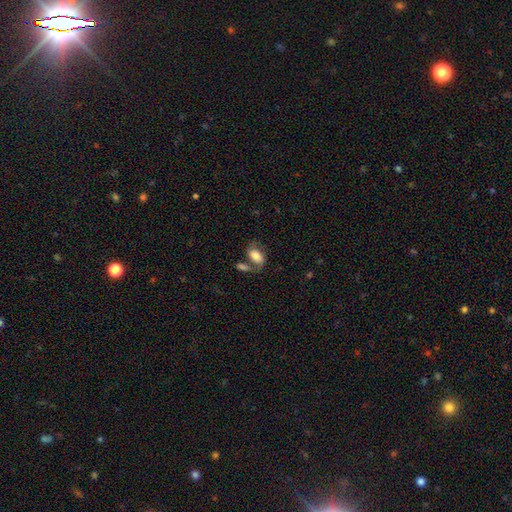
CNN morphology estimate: Overall: smooth (62%; featured or disk 29%). How rounded: in between (89%). Merging: none (44%; merger 26%).